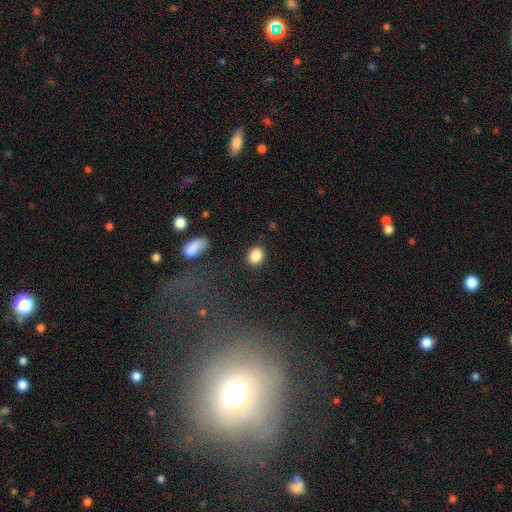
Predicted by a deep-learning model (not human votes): Smooth or featured? smooth (86%)
How rounded? round (58%)
Merging? none (87%)